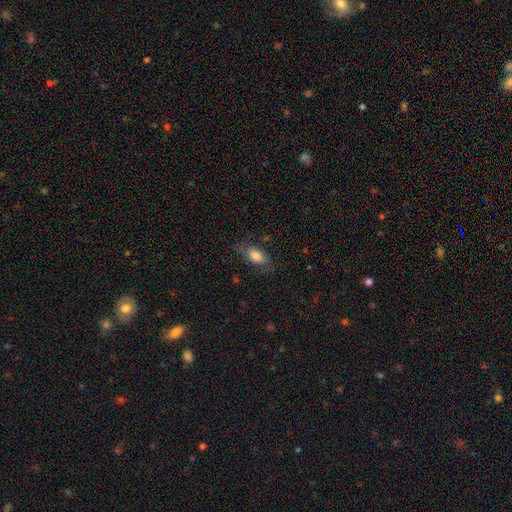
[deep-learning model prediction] The model was most divided on "merging": none: 69%, minor disturbance: 21%, major disturbance: 9%, merger: 1%. More confident: how rounded — in between (86%); smooth or featured — smooth (78%).